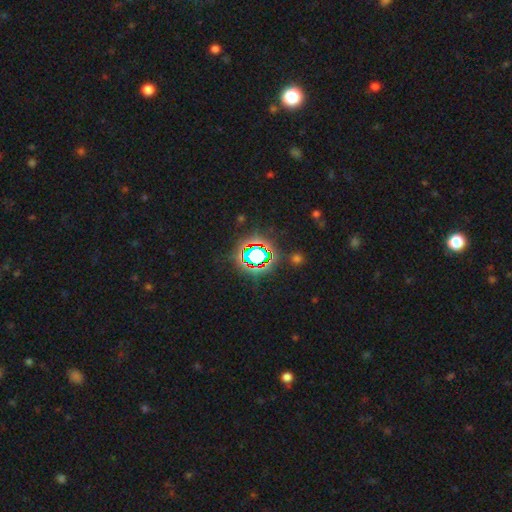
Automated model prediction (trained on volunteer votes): A star or artifact, not a galaxy (73%).